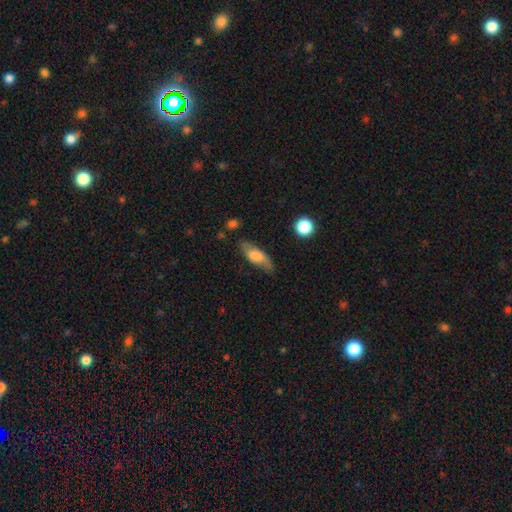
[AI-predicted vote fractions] Smooth or featured?
  - smooth: 65% *
  - featured or disk: 28%
  - star or artifact: 7%
How rounded?
  - in between: 66% *
  - cigar-shaped: 30%
  - round: 3%
Merging?
  - none: 71% *
  - minor disturbance: 21%
  - major disturbance: 6%
  - merger: 2%